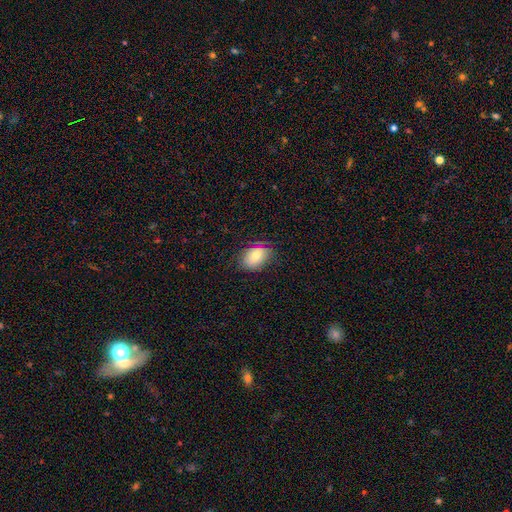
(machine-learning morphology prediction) Smooth or featured? smooth (73%)
How rounded? in between (75%)
Merging? none (80%)